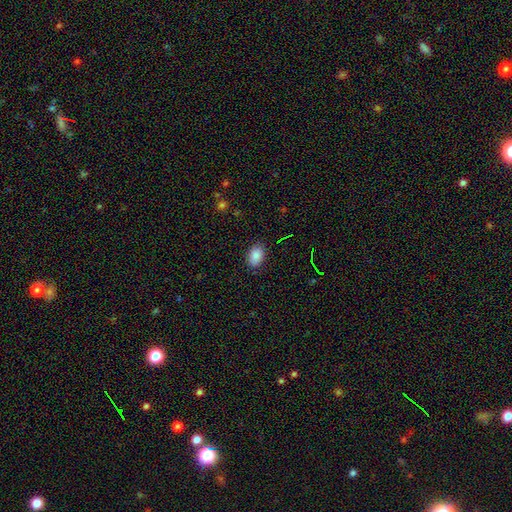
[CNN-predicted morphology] This is clearly a smooth galaxy (86%). How rounded: clearly in between (89%). Merging: clearly none (85%).